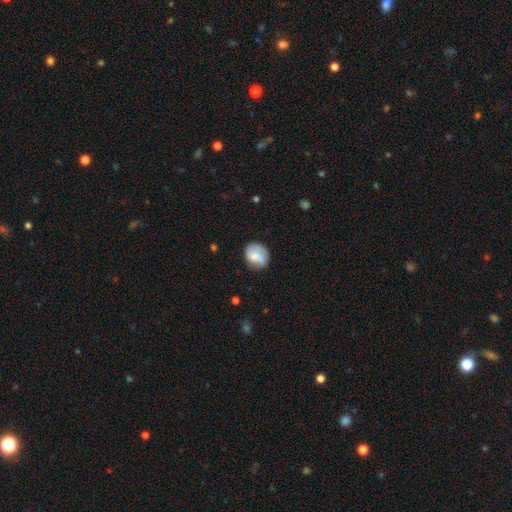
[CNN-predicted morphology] Smooth or featured?
  - smooth: 64% *
  - featured or disk: 29%
  - star or artifact: 8%
How rounded?
  - round: 71% *
  - in between: 28%
  - cigar-shaped: 1%
Merging?
  - none: 65% *
  - minor disturbance: 24%
  - major disturbance: 9%
  - merger: 2%